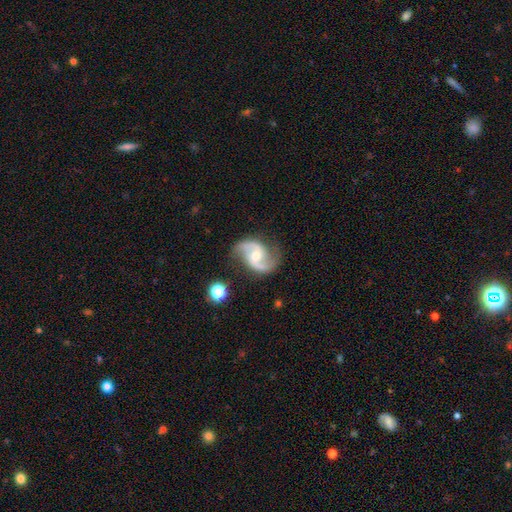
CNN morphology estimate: smooth_or_featured: featured or disk (p=0.91) [alt: star or artifact p=0.05]
disk_edge_on: no (p=0.98) [alt: yes p=0.02]
bar: no (p=0.47) [alt: weak p=0.41]
has_spiral_arms: yes (p=0.98) [alt: no p=0.02]
spiral_winding: medium (p=0.47) [alt: loose p=0.43]
spiral_arm_count: 2 (p=0.94) [alt: can't tell p=0.02]
bulge_size: moderate (p=0.62) [alt: small p=0.33]
merging: none (p=0.78) [alt: minor disturbance p=0.15]